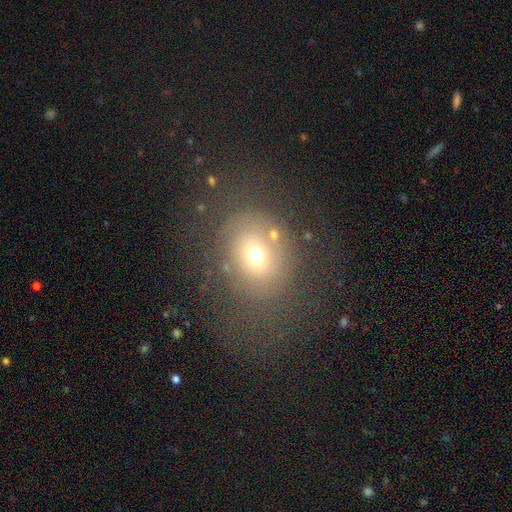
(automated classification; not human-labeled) Smooth or featured: smooth — 64% (featured or disk — 18%)
How rounded: round — 69% (in between — 30%)
Merging: none — 66% (minor disturbance — 15%)